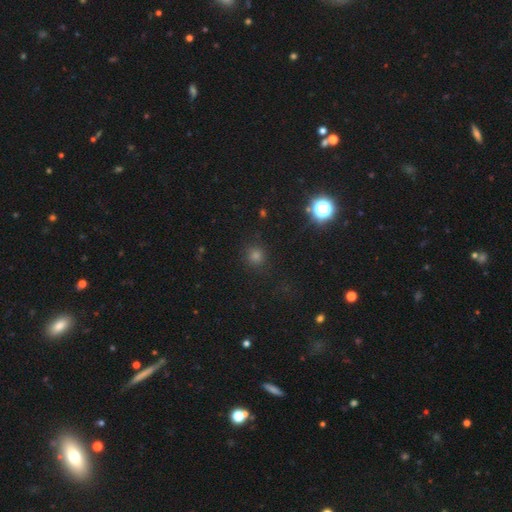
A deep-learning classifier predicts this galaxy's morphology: Smooth or featured?
  - smooth: 68% *
  - star or artifact: 27%
  - featured or disk: 5%
How rounded?
  - round: 93% *
  - in between: 6%
  - cigar-shaped: 1%
Merging?
  - none: 88% *
  - minor disturbance: 7%
  - major disturbance: 3%
  - merger: 1%